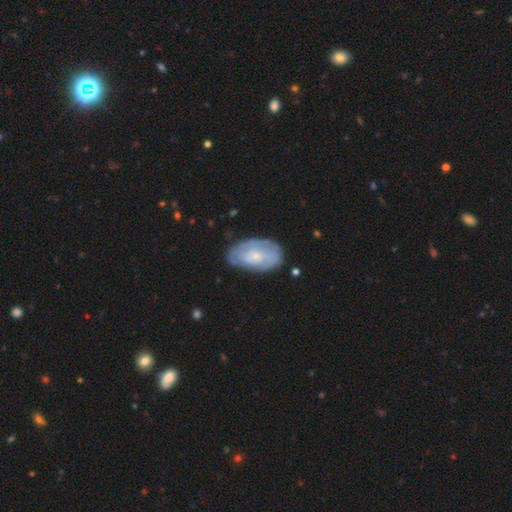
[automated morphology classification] This is possibly a featured or disk galaxy (57%). It is clearly not viewed edge-on (94%). Bar: likely no (75%). Spiral arm pattern: likely yes (68%). Central bulge: likely small (68%). Merging: likely none (72%).